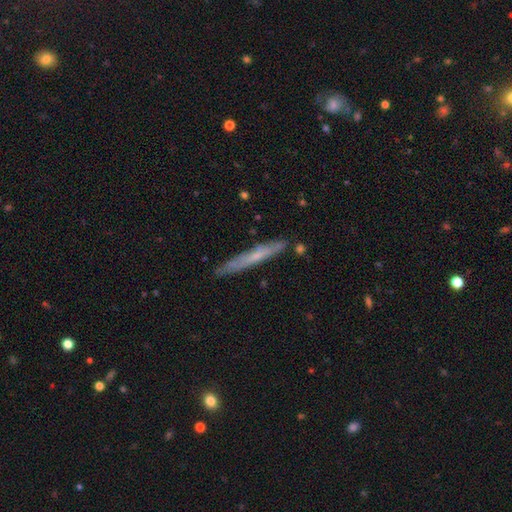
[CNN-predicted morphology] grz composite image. It shows a featured or disk galaxy (47%). Merging: none (85%).